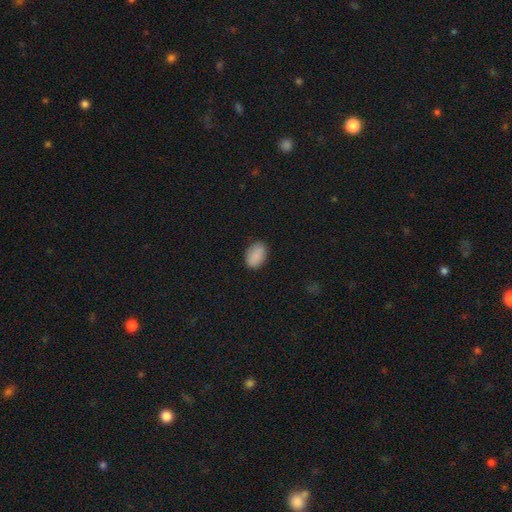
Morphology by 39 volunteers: A smooth galaxy with no disk features (92%) that is in between round and cigar-shaped (83%).

Vote fractions:
- Smooth or featured? smooth: 92% / star or artifact: 8% / featured or disk: 0%
- How rounded? in between: 83% / round: 17% / cigar-shaped: 0%
- Merging? none: 83% / minor disturbance: 17% / major disturbance: 0% / merger: 0%